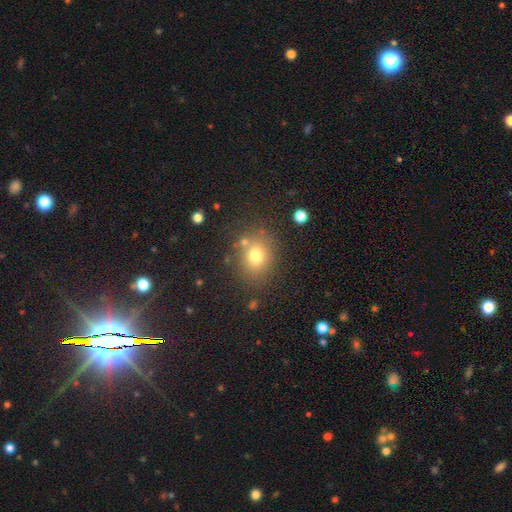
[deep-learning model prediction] smooth 74%, star or artifact 15%, featured or disk 11%. Down the decision tree: how rounded — round (67%); merging — none (77%).